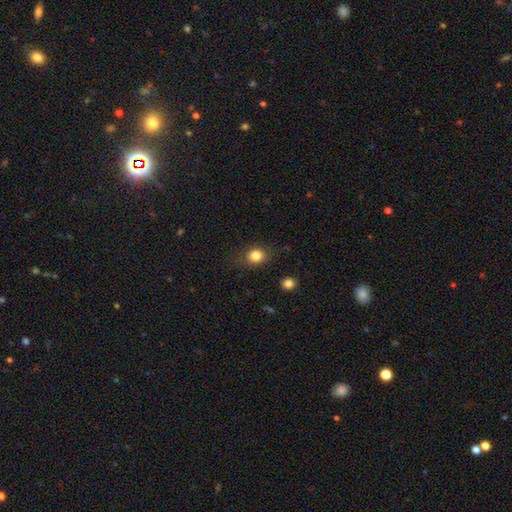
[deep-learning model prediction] The model was most divided on "how rounded": round: 70%, in between: 29%, cigar-shaped: 1%. More confident: smooth or featured — smooth (83%); merging — none (78%).